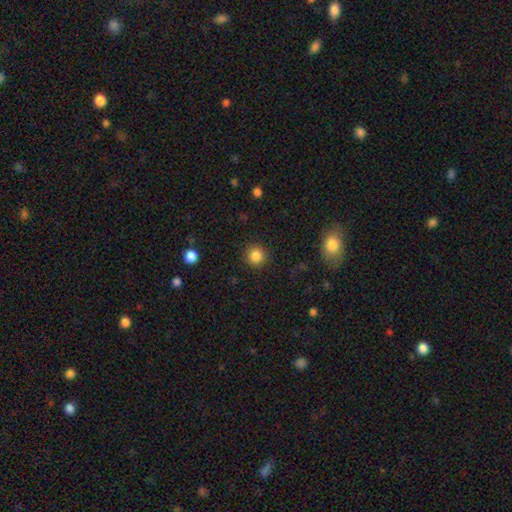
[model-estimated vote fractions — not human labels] Smooth or featured: smooth — 84% (star or artifact — 11%)
How rounded: round — 93% (in between — 6%)
Merging: none — 91% (minor disturbance — 6%)